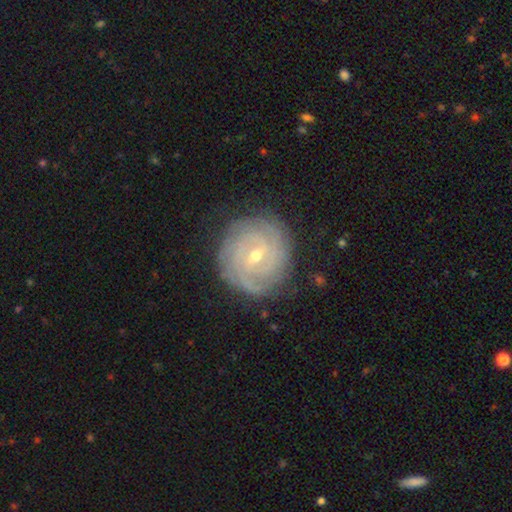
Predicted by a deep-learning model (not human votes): smooth-or-featured: featured or disk: 86% | smooth: 9% | star or artifact: 5%
  disk-edge-on: no: 97% | yes: 3%
    bar: weak: 58% | no: 24% | strong: 18%
    has-spiral-arms: yes: 97% | no: 3%
      spiral-winding: tight: 83% | medium: 14% | loose: 3%
      spiral-arm-count: can't tell: 30% | 3: 20% | 2: 19% | 4: 17% | more than 4: 7% | 1: 6%
    bulge-size: small: 54% | moderate: 44% | large: 1% | none: 1% | dominant: 1%
  merging: none: 84% | minor disturbance: 12% | major disturbance: 3% | merger: 1%